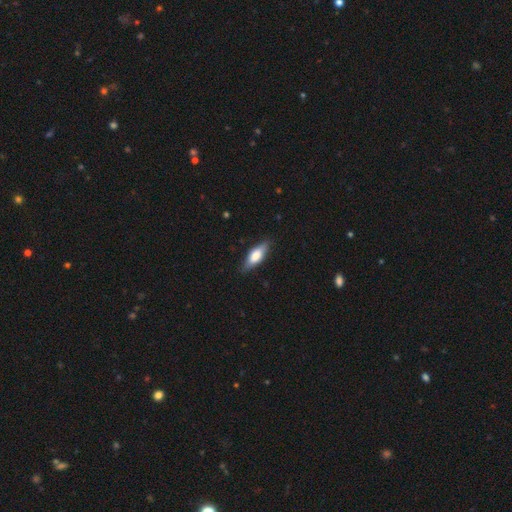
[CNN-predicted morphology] smooth_or_featured: smooth (p=0.64) [alt: featured or disk p=0.29]
how_rounded: in between (p=0.61) [alt: cigar-shaped p=0.36]
merging: none (p=0.82) [alt: minor disturbance p=0.14]